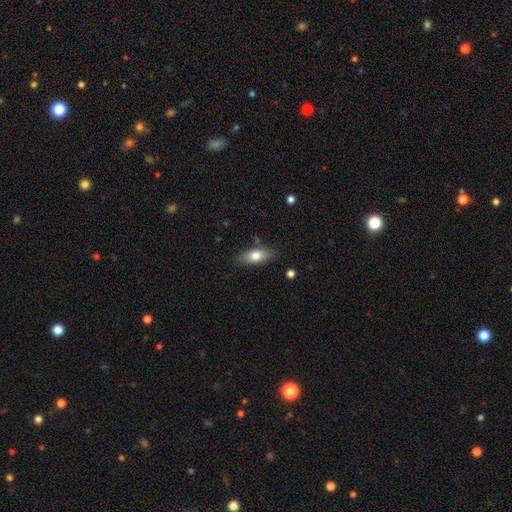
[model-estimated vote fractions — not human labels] This is likely a smooth galaxy (75%). How rounded: clearly in between (82%). Merging: clearly none (81%).